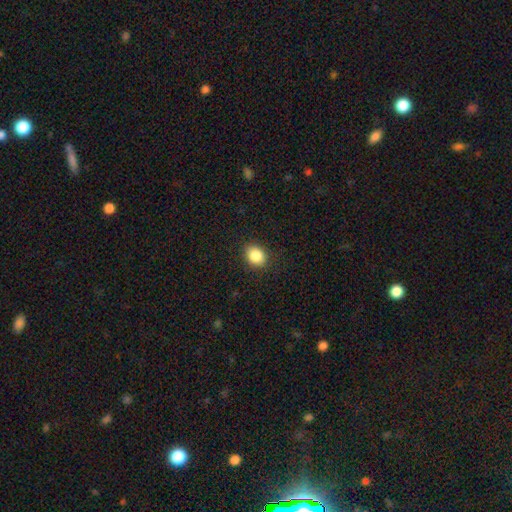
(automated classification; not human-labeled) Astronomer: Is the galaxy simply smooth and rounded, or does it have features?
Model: smooth — 87%.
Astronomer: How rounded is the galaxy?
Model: round — 53% (runner-up: in between, 46%).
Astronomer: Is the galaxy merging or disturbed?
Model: none — 88%.